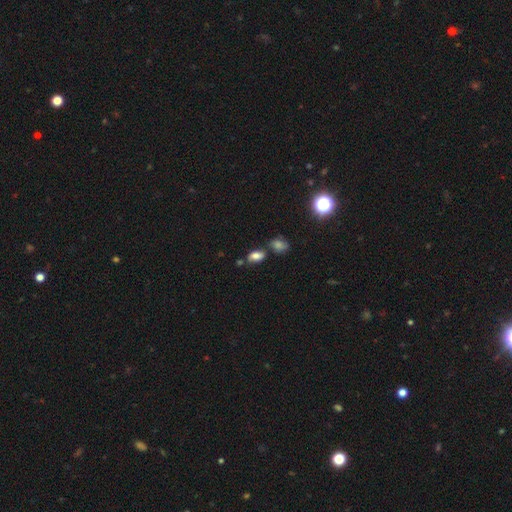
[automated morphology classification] The model was most divided on "merging": none: 61%, merger: 18%, minor disturbance: 16%, major disturbance: 4%. More confident: how rounded — in between (89%); smooth or featured — smooth (77%).